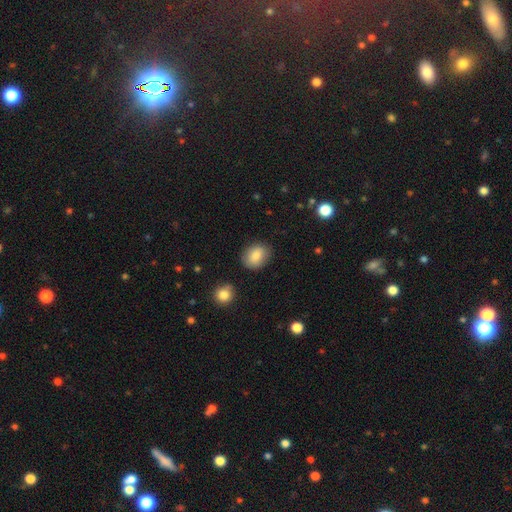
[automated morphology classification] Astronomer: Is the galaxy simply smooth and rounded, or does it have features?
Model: smooth — 85%.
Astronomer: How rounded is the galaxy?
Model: in between — 58% (runner-up: round, 41%).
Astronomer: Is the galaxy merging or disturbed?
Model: none — 84%.